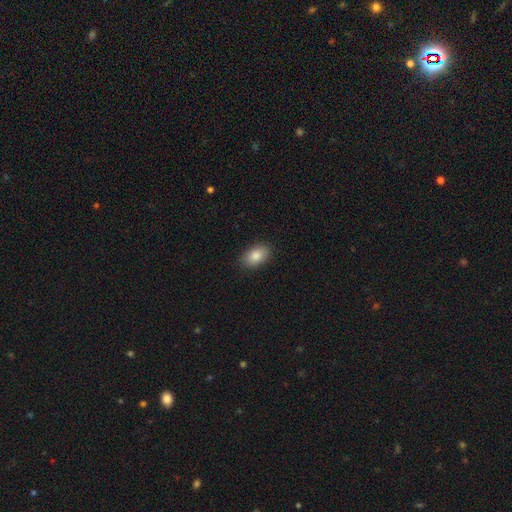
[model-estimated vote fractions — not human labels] Morphology: type=smooth (85%); roundness=in between (91%); merging=none (89%).